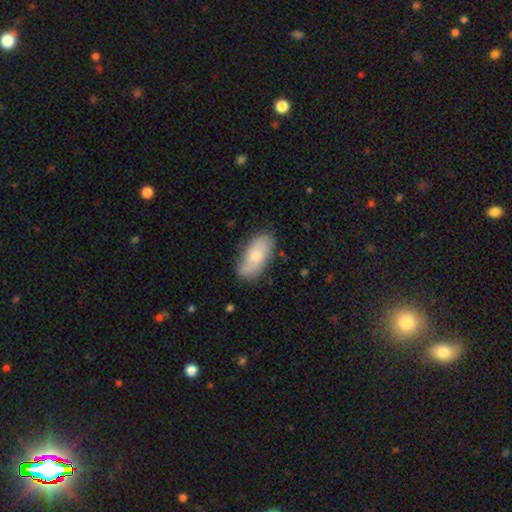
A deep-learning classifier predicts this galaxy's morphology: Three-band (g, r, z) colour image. It shows a smooth galaxy with no disk features (59%) that is in between round and cigar-shaped (90%). Merging: none (70%).